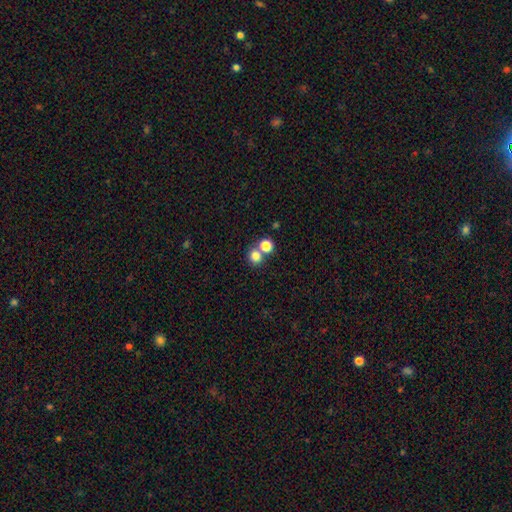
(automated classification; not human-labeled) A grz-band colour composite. It shows a smooth galaxy with no disk features (80%) that is round (85%). Merging: none (54%).